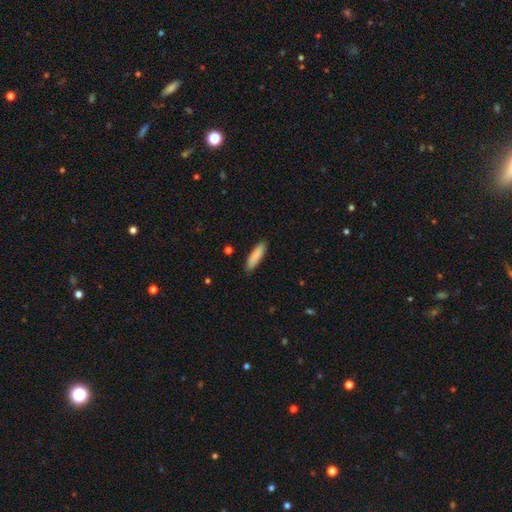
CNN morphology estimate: The model was most divided on "how rounded": cigar-shaped: 68%, in between: 31%, round: 1%. More confident: merging — none (87%); smooth or featured — smooth (87%).